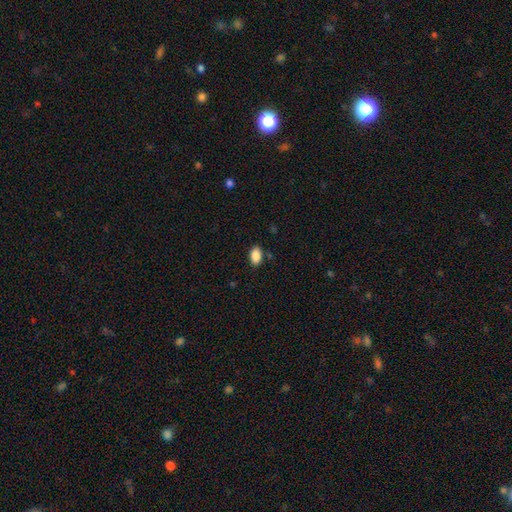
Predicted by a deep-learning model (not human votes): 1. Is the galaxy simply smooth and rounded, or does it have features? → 88% smooth, 8% star or artifact, 4% featured or disk.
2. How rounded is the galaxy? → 91% in between, 7% round, 2% cigar-shaped.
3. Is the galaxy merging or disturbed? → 86% none, 10% minor disturbance, 2% major disturbance, 2% merger.